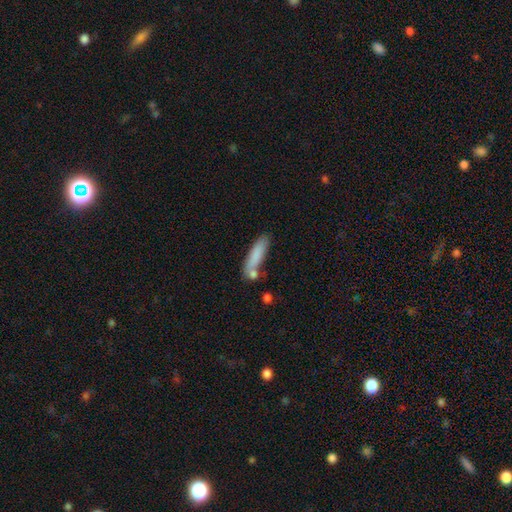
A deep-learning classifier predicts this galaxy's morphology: Smooth or featured? smooth (80%)
How rounded? cigar-shaped (72%)
Merging? none (60%)